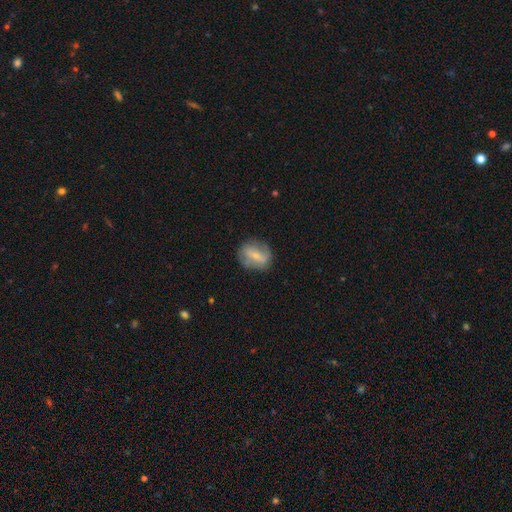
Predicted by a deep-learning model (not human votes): Smooth or featured?
  - featured or disk: 51% *
  - smooth: 42%
  - star or artifact: 8%
Edge-on disk?
  - no: 91% *
  - yes: 9%
Merging?
  - none: 74% *
  - minor disturbance: 18%
  - major disturbance: 7%
  - merger: 2%